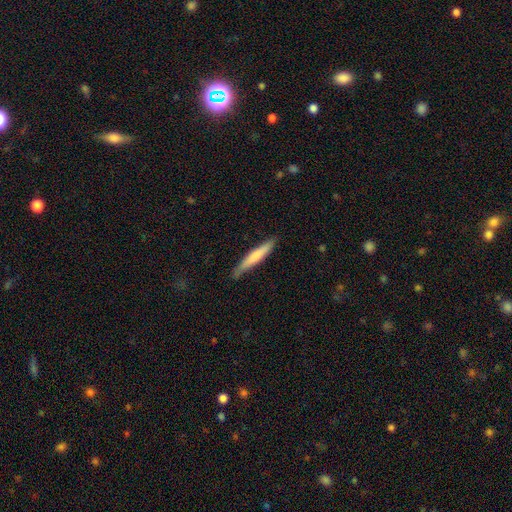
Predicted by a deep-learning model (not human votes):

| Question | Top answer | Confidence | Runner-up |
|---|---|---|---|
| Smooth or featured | smooth | 68% | featured or disk (27%) |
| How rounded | cigar-shaped | 94% | in between (5%) |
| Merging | none | 82% | minor disturbance (15%) |